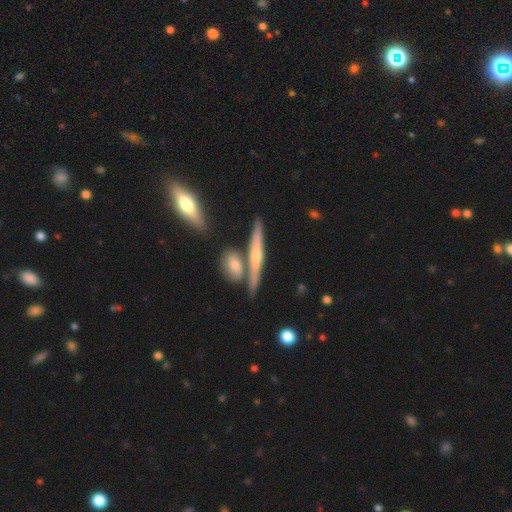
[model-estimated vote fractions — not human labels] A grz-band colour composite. It shows a featured or disk galaxy (60%) viewed edge-on (92%) with a rounded central bulge (68%). Merging: none (70%).